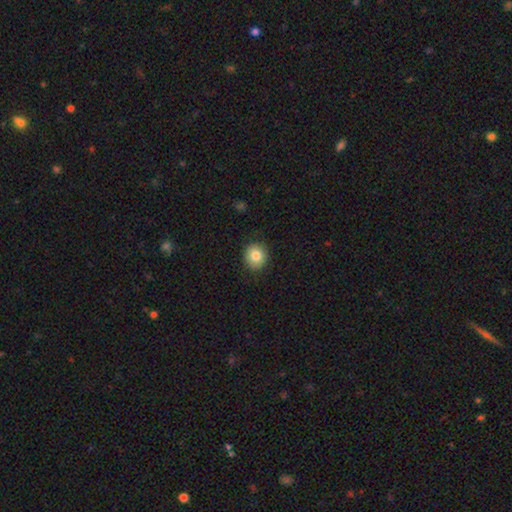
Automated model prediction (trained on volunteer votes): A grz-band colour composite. It shows a smooth galaxy with no disk features (84%) that is round (83%). Merging: none (88%).